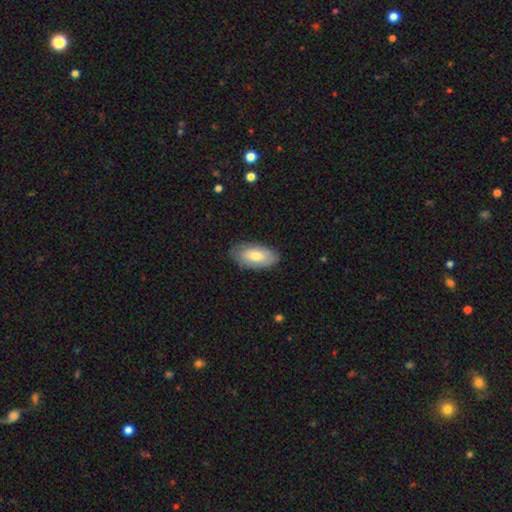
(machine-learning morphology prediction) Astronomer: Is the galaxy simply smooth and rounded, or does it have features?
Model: smooth — 69%.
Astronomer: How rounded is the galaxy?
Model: in between — 93%.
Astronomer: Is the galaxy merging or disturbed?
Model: none — 80%.